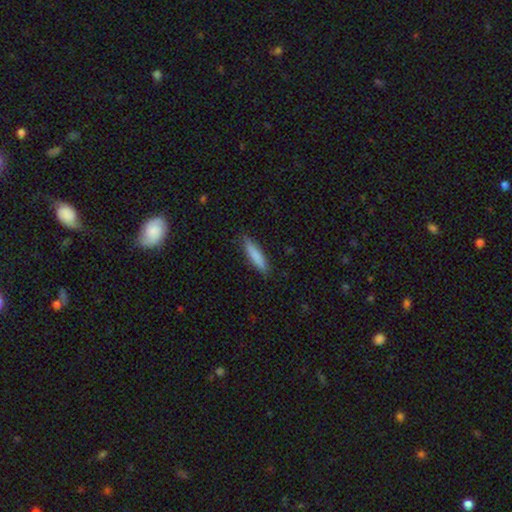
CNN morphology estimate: A smooth galaxy with no disk features (83%) that is cigar-shaped (83%).

Vote fractions:
- Smooth or featured? smooth: 83% / featured or disk: 12% / star or artifact: 6%
- How rounded? cigar-shaped: 83% / in between: 15% / round: 1%
- Merging? none: 87% / minor disturbance: 10% / major disturbance: 2% / merger: 1%